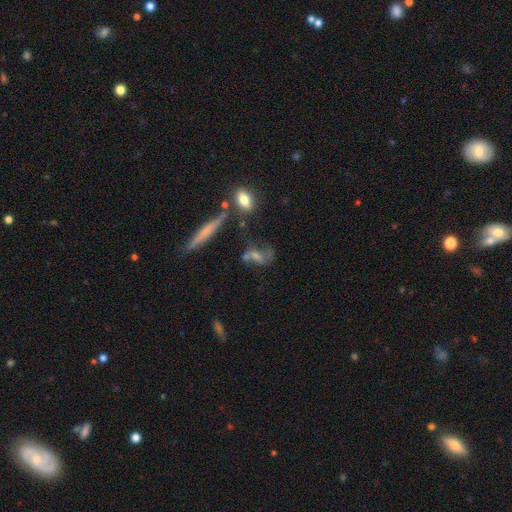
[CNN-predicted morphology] The model was most divided on "smooth or featured": smooth: 45%, featured or disk: 41%, star or artifact: 14%. Remaining: merging — none (37%).